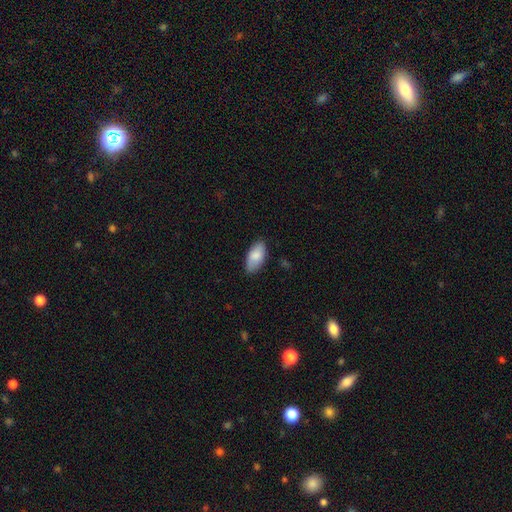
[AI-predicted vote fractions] smooth 84%, featured or disk 10%, star or artifact 6%. Down the decision tree: how rounded — in between (94%); merging — none (81%).